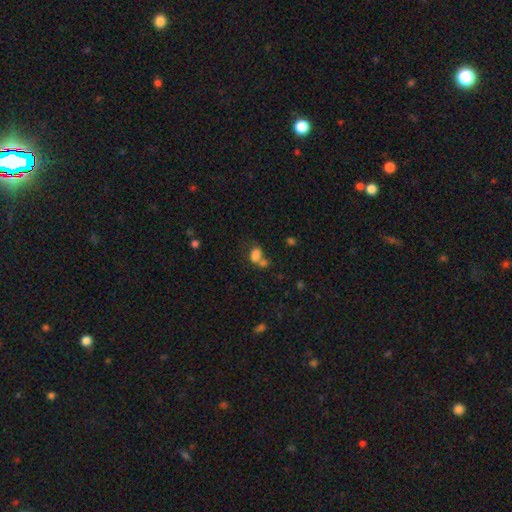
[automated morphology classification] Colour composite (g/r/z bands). It shows a smooth galaxy with no disk features (75%) that is in between round and cigar-shaped (74%). Merging: merger (52%).